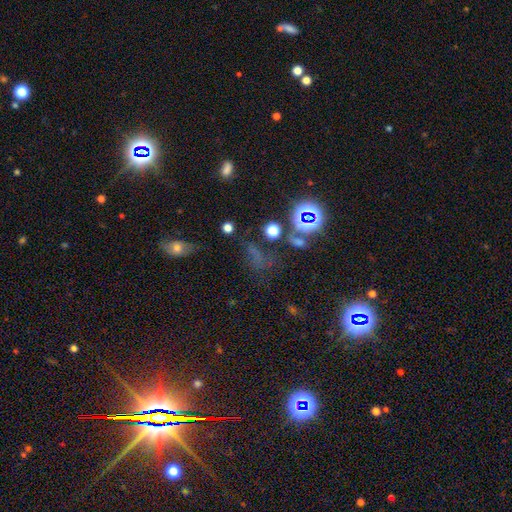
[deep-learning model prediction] The model was most divided on "smooth or featured": star or artifact: 64%, smooth: 23%, featured or disk: 13%.